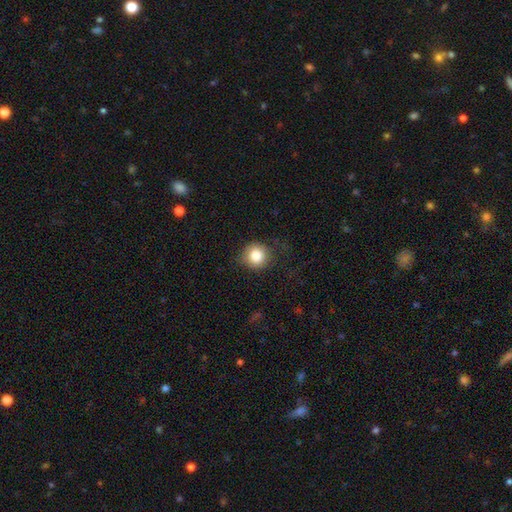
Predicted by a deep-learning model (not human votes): smooth-or-featured: smooth: 84% | star or artifact: 10% | featured or disk: 6%
  how-rounded: round: 90% | in between: 9% | cigar-shaped: 1%
  merging: none: 77% | minor disturbance: 16% | major disturbance: 6% | merger: 1%